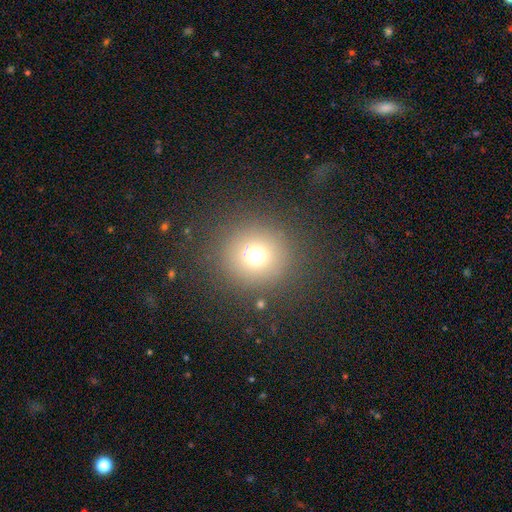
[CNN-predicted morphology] Smooth or featured?
  - smooth: 69% *
  - star or artifact: 22%
  - featured or disk: 9%
How rounded?
  - round: 94% *
  - in between: 5%
  - cigar-shaped: 1%
Merging?
  - none: 86% *
  - minor disturbance: 7%
  - major disturbance: 5%
  - merger: 2%